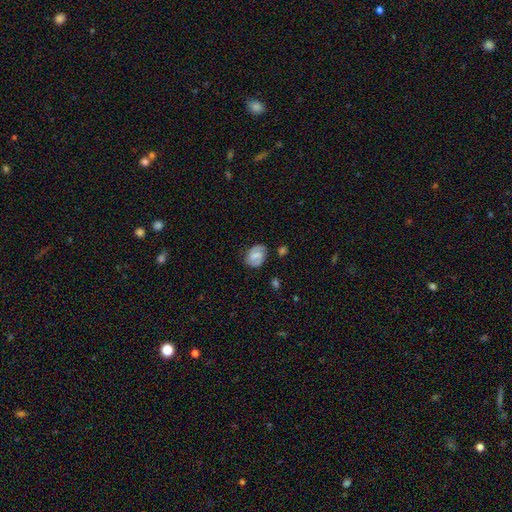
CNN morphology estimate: A featured or disk galaxy (51%).

Vote fractions:
- Smooth or featured? featured or disk: 51% / smooth: 41% / star or artifact: 8%
- Edge-on disk? no: 97% / yes: 3%
- Merging? none: 72% / minor disturbance: 20% / major disturbance: 5% / merger: 3%